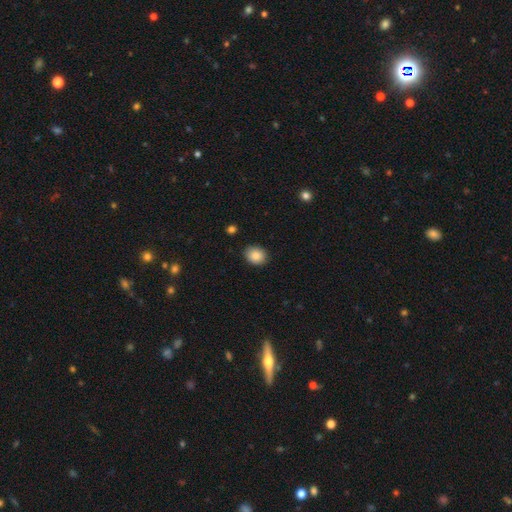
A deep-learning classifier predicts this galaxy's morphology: This is clearly a smooth galaxy (87%). How rounded: possibly round (54%). Merging: clearly none (88%).